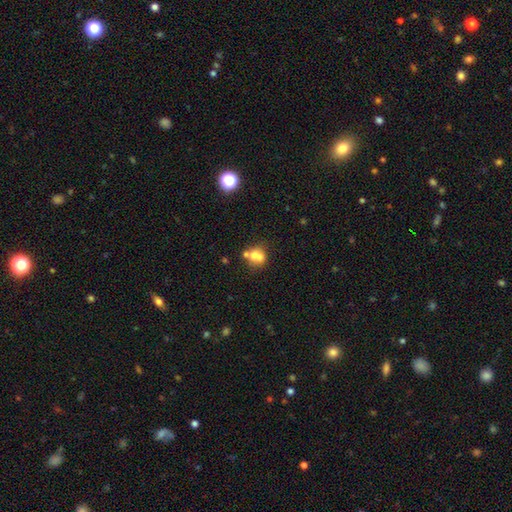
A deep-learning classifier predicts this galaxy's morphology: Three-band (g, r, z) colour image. It shows a smooth galaxy with no disk features (65%) that is round (67%). Merging: merger (49%).